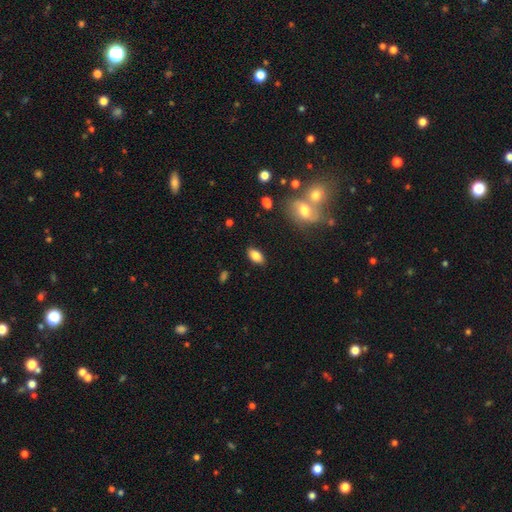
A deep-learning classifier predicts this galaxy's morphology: smooth-or-featured: smooth: 83% | featured or disk: 9% | star or artifact: 8%
  how-rounded: in between: 91% | round: 5% | cigar-shaped: 4%
  merging: none: 87% | minor disturbance: 9% | major disturbance: 2% | merger: 2%